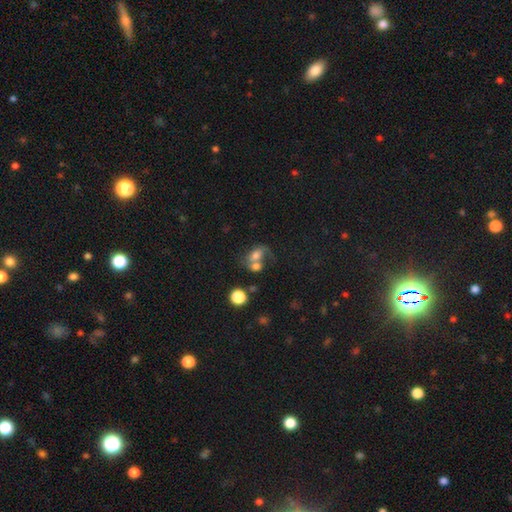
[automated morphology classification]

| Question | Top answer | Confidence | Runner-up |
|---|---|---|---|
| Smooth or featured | smooth | 56% | featured or disk (30%) |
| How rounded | in between | 66% | round (32%) |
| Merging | merger | 59% | none (19%) |